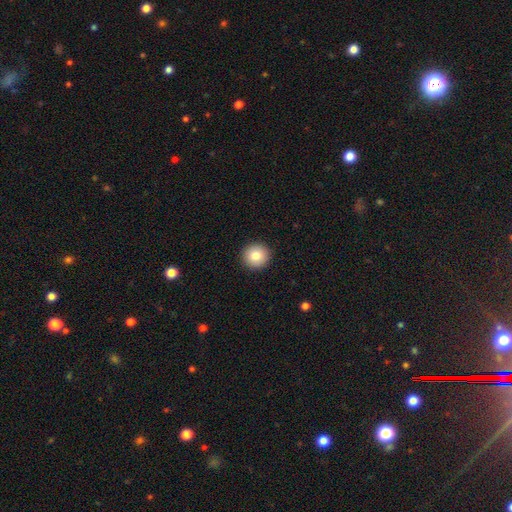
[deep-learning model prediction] smooth 84%, star or artifact 9%, featured or disk 8%. Down the decision tree: how rounded — round (94%); merging — none (93%).